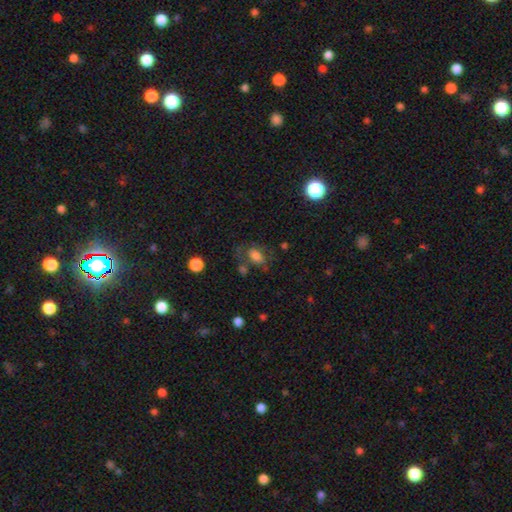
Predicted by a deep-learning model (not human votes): This is likely a smooth galaxy (64%). How rounded: likely in between (80%). Merging: possibly none (49%).